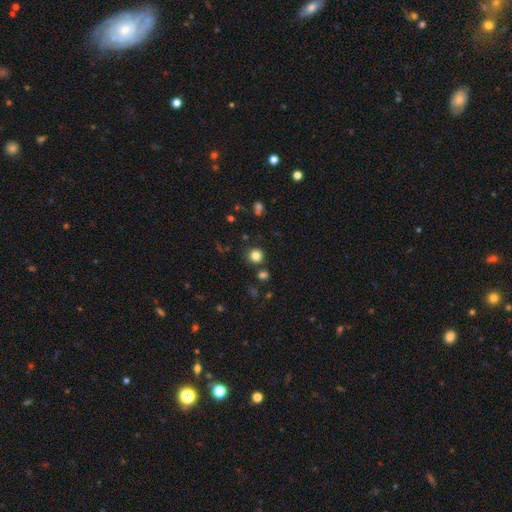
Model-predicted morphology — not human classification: smooth_or_featured: smooth (p=0.82) [alt: star or artifact p=0.13]
how_rounded: round (p=0.90) [alt: in between p=0.09]
merging: none (p=0.84) [alt: minor disturbance p=0.08]